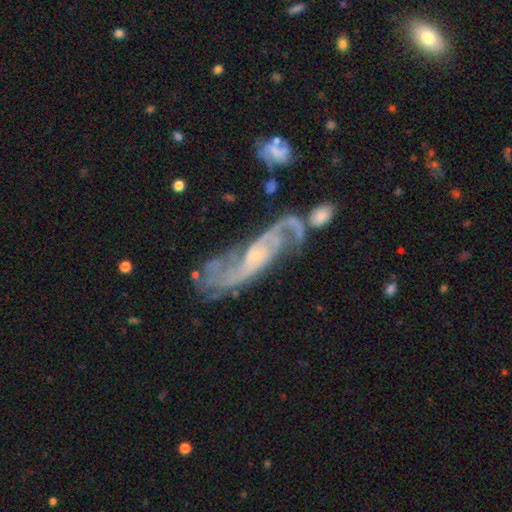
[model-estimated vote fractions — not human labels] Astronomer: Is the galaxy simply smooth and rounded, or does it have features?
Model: featured or disk — 82%.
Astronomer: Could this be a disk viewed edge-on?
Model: no — 81%.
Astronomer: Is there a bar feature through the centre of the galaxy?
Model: weak — 45% (runner-up: no, 39%).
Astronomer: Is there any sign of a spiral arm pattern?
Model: yes — 94%.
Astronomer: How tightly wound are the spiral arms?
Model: medium — 45% (runner-up: loose, 29%).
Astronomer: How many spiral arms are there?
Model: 2 — 64%.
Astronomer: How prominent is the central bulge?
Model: small — 59%.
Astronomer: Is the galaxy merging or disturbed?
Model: none — 57%.